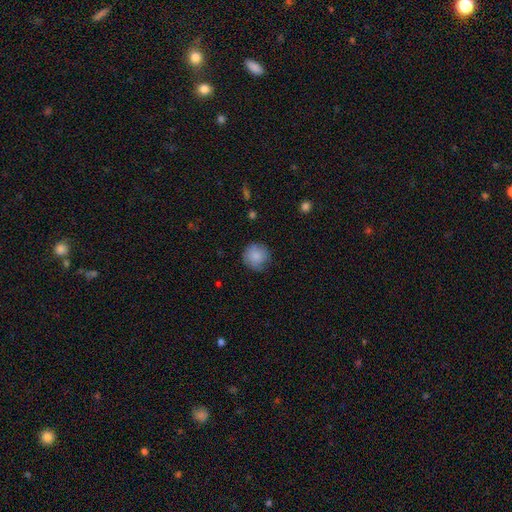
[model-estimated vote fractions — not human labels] Q: Smooth or featured?
A: smooth (85%); runner-up: featured or disk (8%)
Q: How rounded?
A: round (93%); runner-up: in between (6%)
Q: Merging?
A: none (78%); runner-up: minor disturbance (17%)